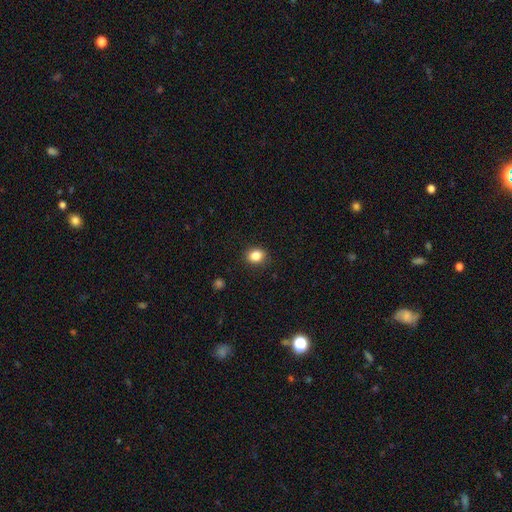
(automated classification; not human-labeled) Q: Smooth or featured?
A: smooth (85%); runner-up: star or artifact (10%)
Q: How rounded?
A: round (51%); runner-up: in between (48%)
Q: Merging?
A: none (88%); runner-up: minor disturbance (9%)